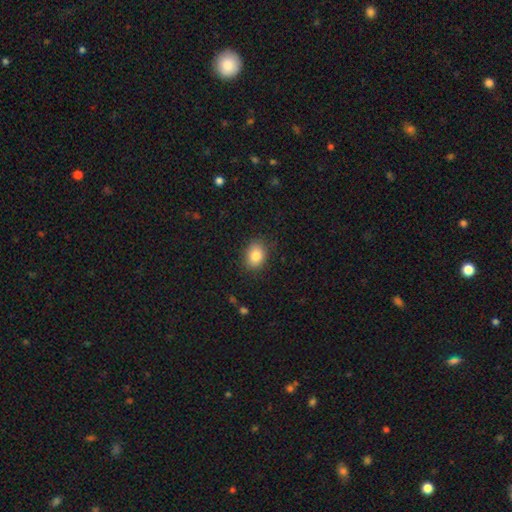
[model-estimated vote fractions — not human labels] Smooth or featured?
  - smooth: 84% *
  - star or artifact: 9%
  - featured or disk: 7%
How rounded?
  - in between: 66% *
  - round: 33%
  - cigar-shaped: 1%
Merging?
  - none: 85% *
  - minor disturbance: 11%
  - major disturbance: 3%
  - merger: 1%